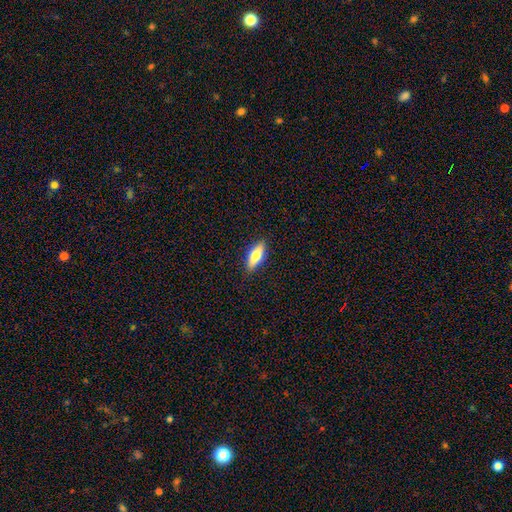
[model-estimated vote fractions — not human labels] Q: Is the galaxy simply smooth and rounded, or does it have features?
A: smooth — 68%.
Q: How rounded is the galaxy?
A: in between — 64%.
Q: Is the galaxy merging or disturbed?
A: none — 88%.